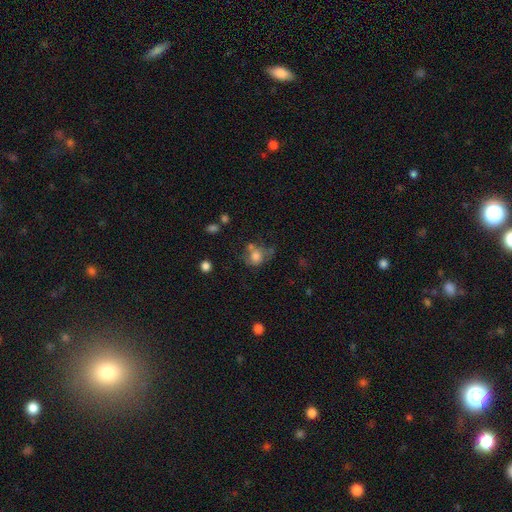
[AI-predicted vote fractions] smooth_or_featured: smooth (p=0.72) [alt: featured or disk p=0.17]
how_rounded: round (p=0.67) [alt: in between p=0.32]
merging: none (p=0.40) [alt: minor disturbance p=0.22]